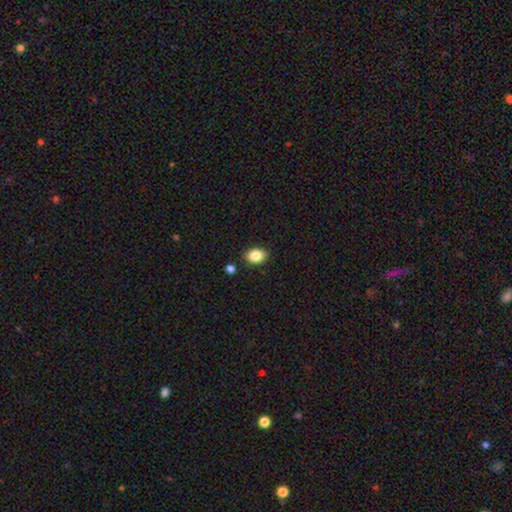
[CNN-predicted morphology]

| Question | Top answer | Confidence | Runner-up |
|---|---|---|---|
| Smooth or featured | smooth | 85% | star or artifact (9%) |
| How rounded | in between | 73% | round (26%) |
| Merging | none | 85% | minor disturbance (10%) |